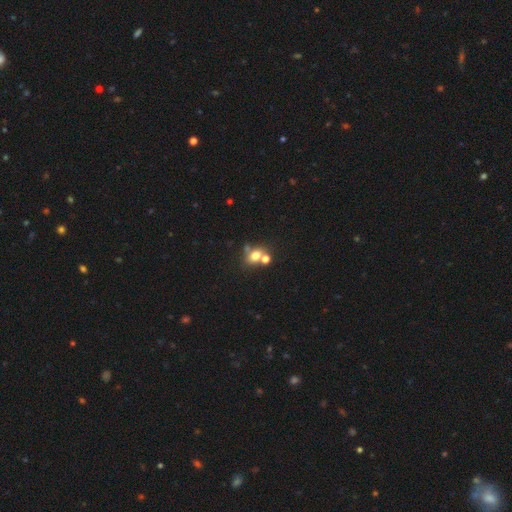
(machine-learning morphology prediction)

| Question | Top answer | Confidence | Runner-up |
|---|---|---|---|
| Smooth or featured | smooth | 69% | star or artifact (16%) |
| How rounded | round | 51% | in between (48%) |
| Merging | merger | 42% | tied: none (42%) |